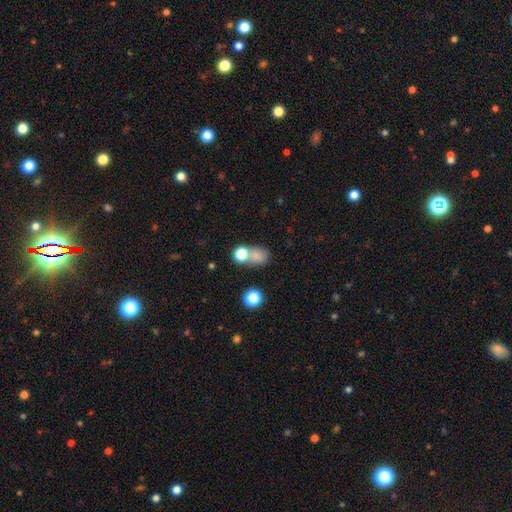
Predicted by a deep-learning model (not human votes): Morphology: type=smooth (75%); roundness=round (51%); merging=none (45%).